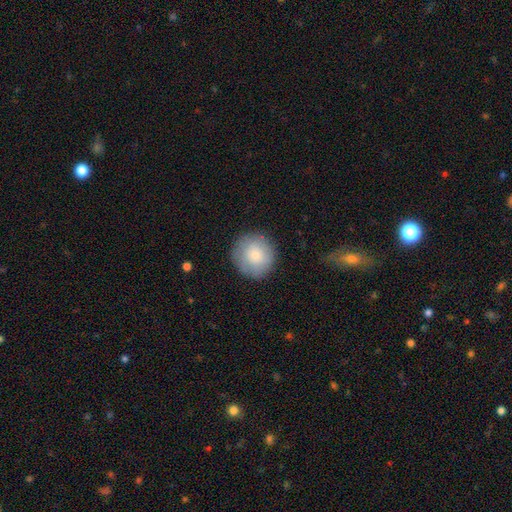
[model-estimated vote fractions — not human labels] Morphology: type=smooth (82%); roundness=round (93%); merging=none (85%).